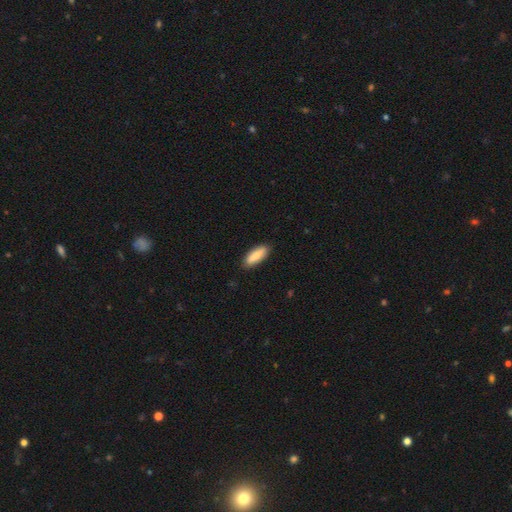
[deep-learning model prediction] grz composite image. It shows a smooth galaxy with no disk features (81%) that is in between round and cigar-shaped (60%). Merging: none (88%).